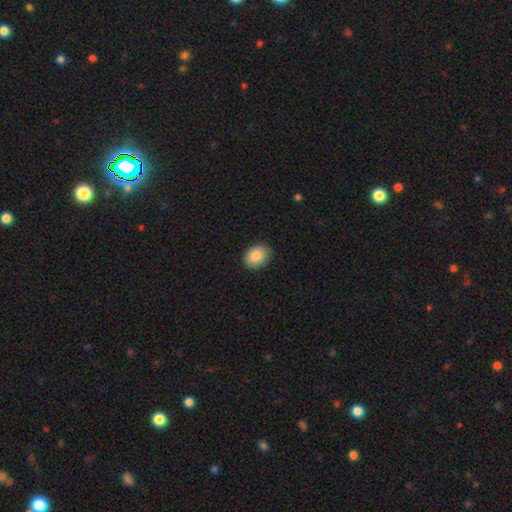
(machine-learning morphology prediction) A smooth galaxy with no disk features (88%) that is in between round and cigar-shaped (63%). Merging: none (88%).